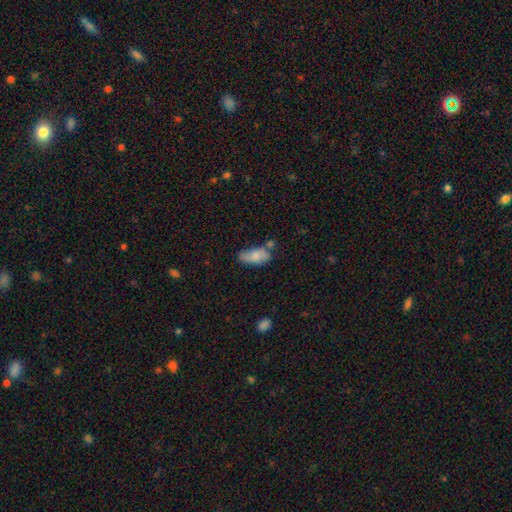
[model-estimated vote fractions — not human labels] smooth 75%, featured or disk 18%, star or artifact 7%. Down the decision tree: how rounded — in between (88%); merging — none (50%).